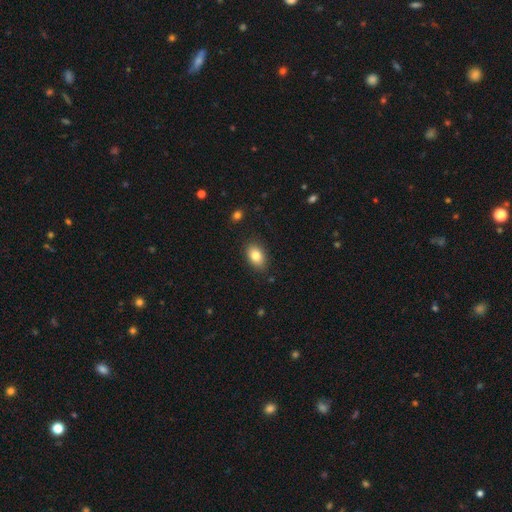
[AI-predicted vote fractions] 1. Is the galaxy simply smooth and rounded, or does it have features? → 81% smooth, 10% featured or disk, 8% star or artifact.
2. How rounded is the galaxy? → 86% in between, 12% round, 1% cigar-shaped.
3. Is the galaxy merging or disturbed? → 86% none, 11% minor disturbance, 2% major disturbance, 1% merger.